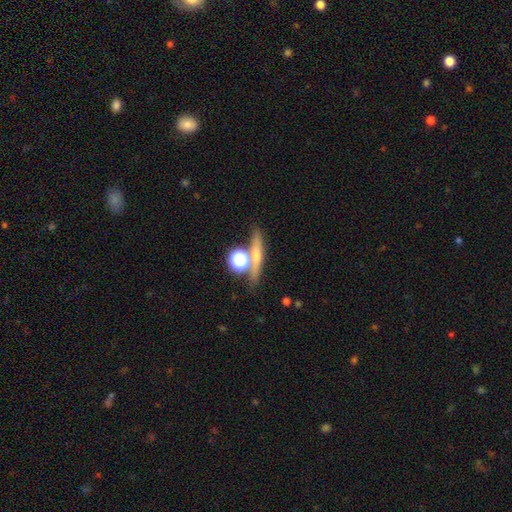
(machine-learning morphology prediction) Q: Smooth or featured?
A: smooth (45%); runner-up: featured or disk (35%)
Q: Merging?
A: none (71%); runner-up: merger (14%)